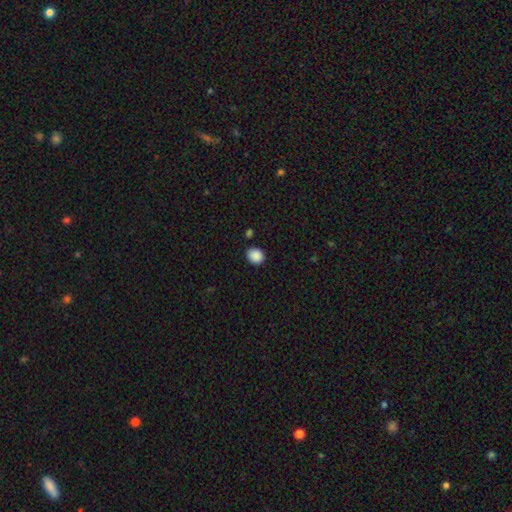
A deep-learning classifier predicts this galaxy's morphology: This appears to be a smooth galaxy with no disk features (89%) that is round (67%). Merging: none (87%).